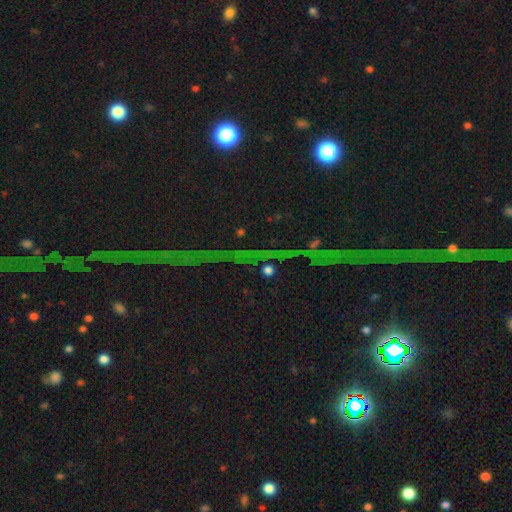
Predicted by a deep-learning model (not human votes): A star or artifact, not a galaxy (81%).

Vote fractions:
- Smooth or featured? star or artifact: 81% / featured or disk: 10% / smooth: 9%